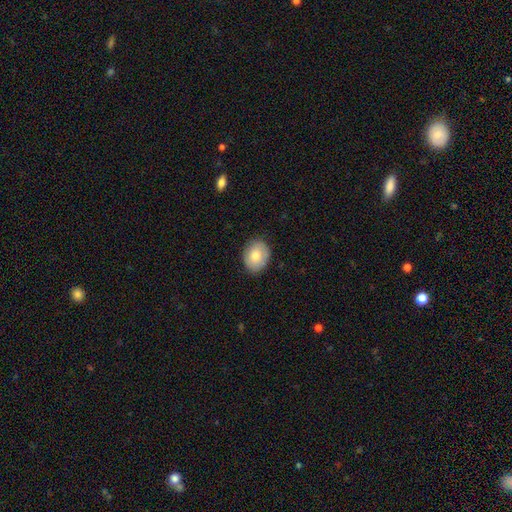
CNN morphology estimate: smooth-or-featured: smooth: 75% | featured or disk: 18% | star or artifact: 7%
  how-rounded: in between: 56% | round: 43% | cigar-shaped: 1%
  merging: none: 85% | minor disturbance: 12% | major disturbance: 3% | merger: 1%